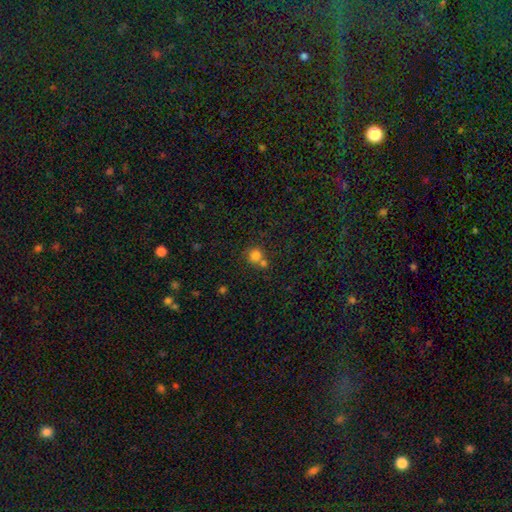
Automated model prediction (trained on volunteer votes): smooth 78%, star or artifact 13%, featured or disk 9%. Down the decision tree: how rounded — round (89%); merging — none (50%).